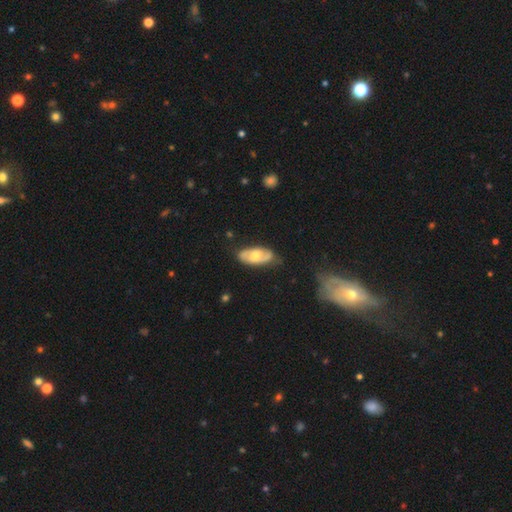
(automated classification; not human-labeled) smooth-or-featured: featured or disk: 52% | smooth: 43% | star or artifact: 5%
  disk-edge-on: no: 85% | yes: 15%
  merging: none: 74% | minor disturbance: 20% | major disturbance: 5% | merger: 2%